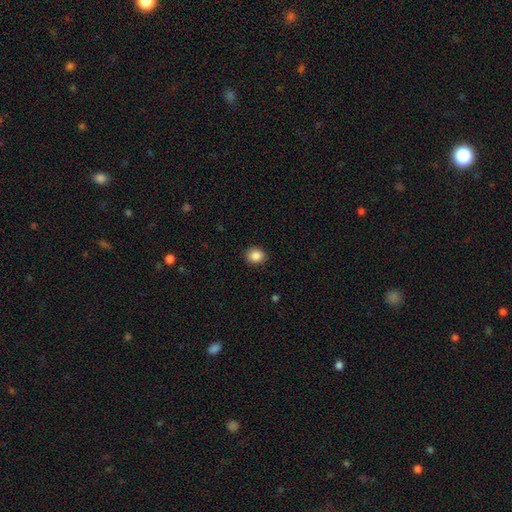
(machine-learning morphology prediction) smooth 88%, star or artifact 9%, featured or disk 3%. Down the decision tree: how rounded — round (62%); merging — none (90%).